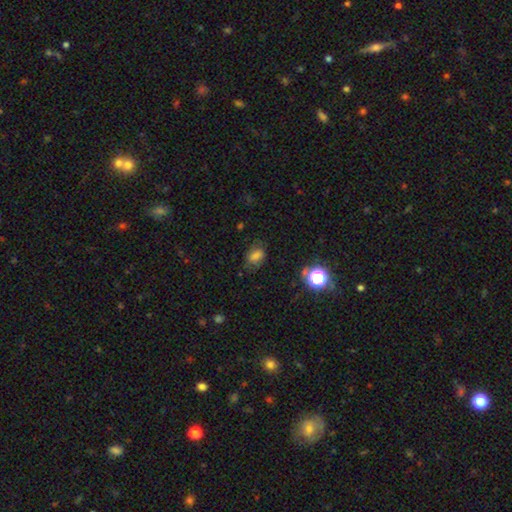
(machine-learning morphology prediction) This appears to be a smooth galaxy with no disk features (72%) that is in between round and cigar-shaped (76%). Merging: none (65%).